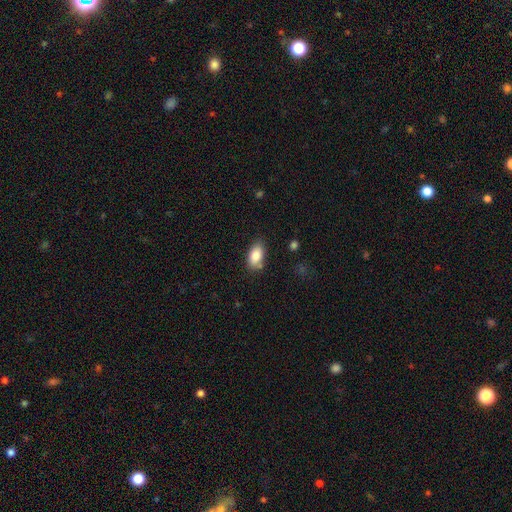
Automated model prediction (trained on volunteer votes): This appears to be a smooth galaxy with no disk features (84%) that is in between round and cigar-shaped (91%). Merging: none (77%).